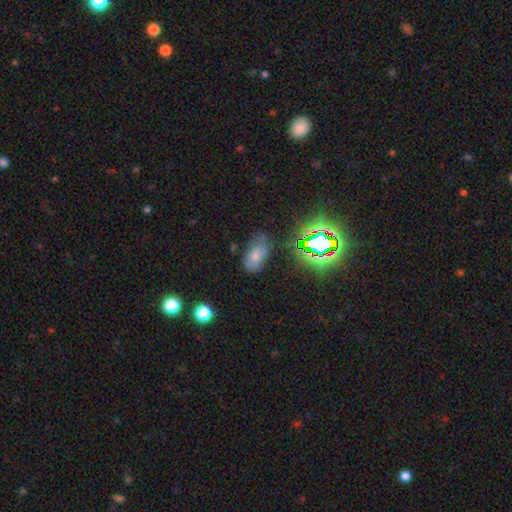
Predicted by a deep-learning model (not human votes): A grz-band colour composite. It shows a smooth galaxy with no disk features (44%). Merging: none (68%).